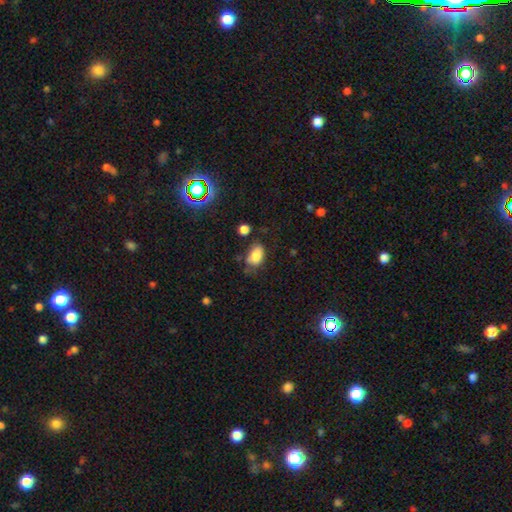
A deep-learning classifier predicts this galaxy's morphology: smooth_or_featured: smooth (p=0.82) [alt: star or artifact p=0.10]
how_rounded: in between (p=0.89) [alt: round p=0.09]
merging: none (p=0.52) [alt: minor disturbance p=0.31]